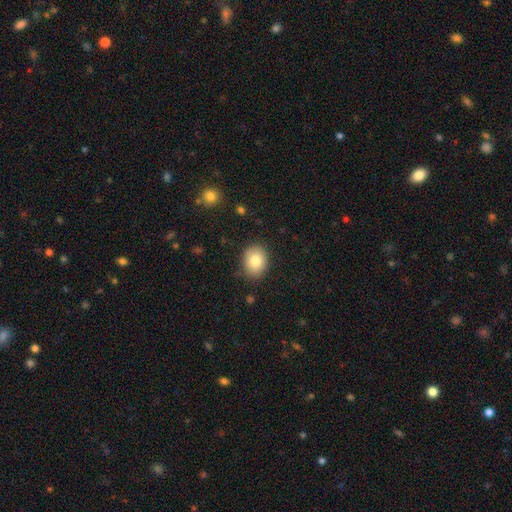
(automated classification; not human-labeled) This is clearly a smooth galaxy (81%). How rounded: possibly in between (51%). Merging: clearly none (84%).